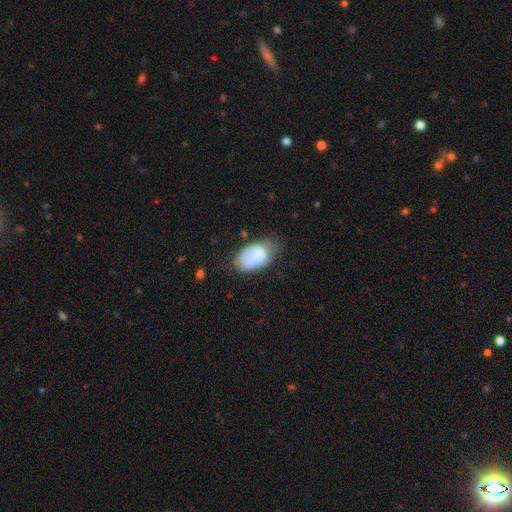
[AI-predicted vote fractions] smooth-or-featured: smooth: 68% | featured or disk: 24% | star or artifact: 8%
  how-rounded: in between: 91% | round: 8% | cigar-shaped: 1%
  merging: none: 42% | minor disturbance: 33% | major disturbance: 16% | merger: 10%